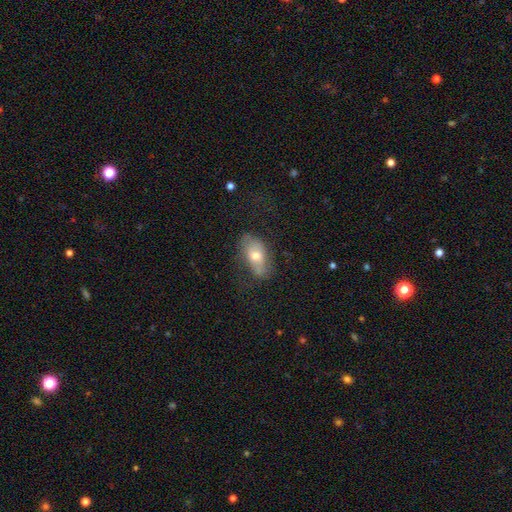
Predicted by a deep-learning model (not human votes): smooth_or_featured: smooth (p=0.59) [alt: featured or disk p=0.33]
how_rounded: in between (p=0.89) [alt: round p=0.06]
merging: none (p=0.65) [alt: minor disturbance p=0.23]